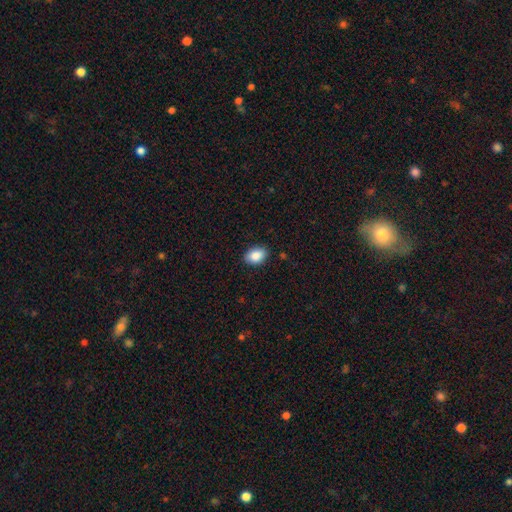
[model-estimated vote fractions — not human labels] smooth_or_featured: smooth (p=0.88) [alt: star or artifact p=0.08]
how_rounded: in between (p=0.82) [alt: round p=0.17]
merging: none (p=0.87) [alt: minor disturbance p=0.09]